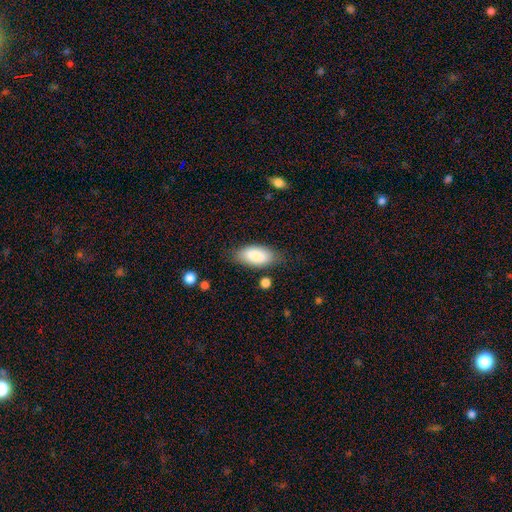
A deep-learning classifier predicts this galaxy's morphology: Smooth or featured? Predicted: smooth (p=0.86). How rounded? Predicted: in between (p=0.89). Merging? Predicted: none (p=0.75).